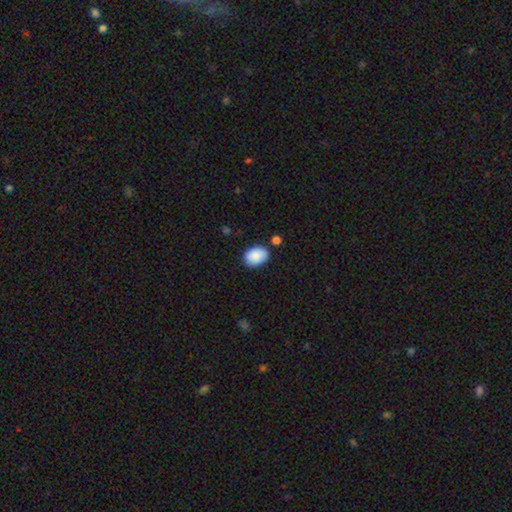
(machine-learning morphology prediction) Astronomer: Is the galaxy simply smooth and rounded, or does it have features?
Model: smooth — 88%.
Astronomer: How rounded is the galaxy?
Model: in between — 81%.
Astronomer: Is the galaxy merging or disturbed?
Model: none — 80%.